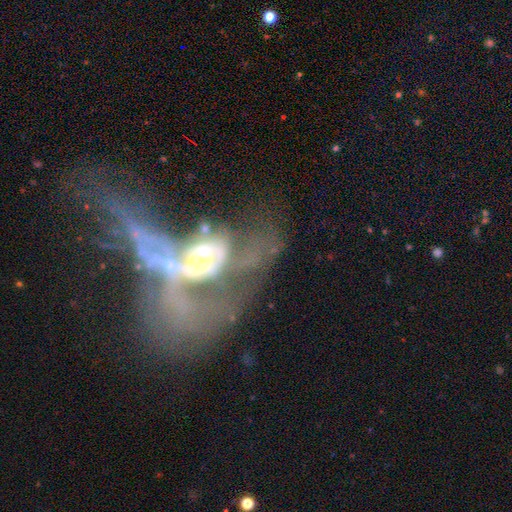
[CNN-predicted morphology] Overall: featured or disk (71%). Edge-on disk: no (89%). Bar: no (59%; weak 27%). Spiral arms: no (51%; yes 49%). Bulge size: moderate (59%). Merging: merger (49%; major disturbance 35%).